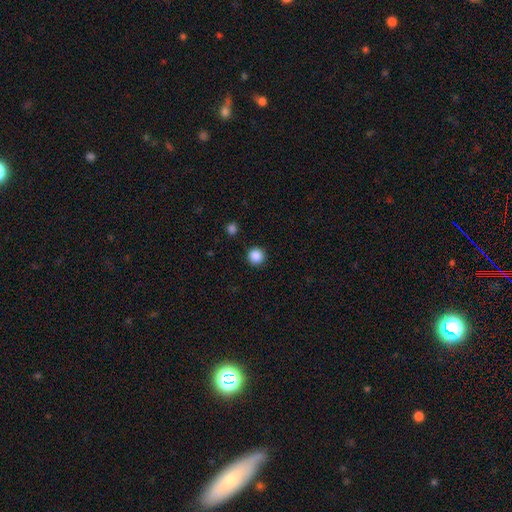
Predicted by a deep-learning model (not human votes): smooth 87%, star or artifact 10%, featured or disk 3%. Down the decision tree: how rounded — round (96%); merging — none (92%).